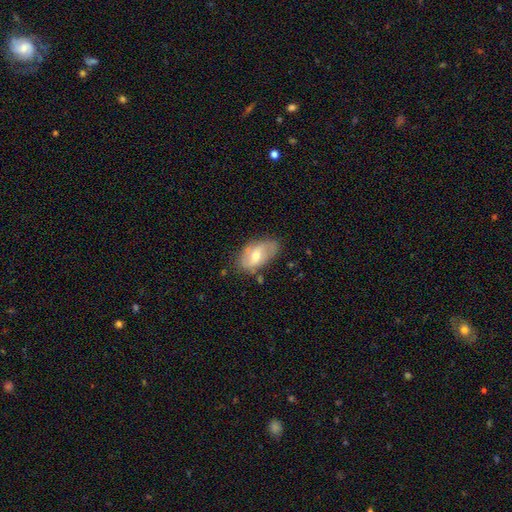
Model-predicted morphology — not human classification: smooth-or-featured: smooth: 47% | featured or disk: 46% | star or artifact: 7%
  merging: none: 67% | minor disturbance: 24% | major disturbance: 6% | merger: 3%